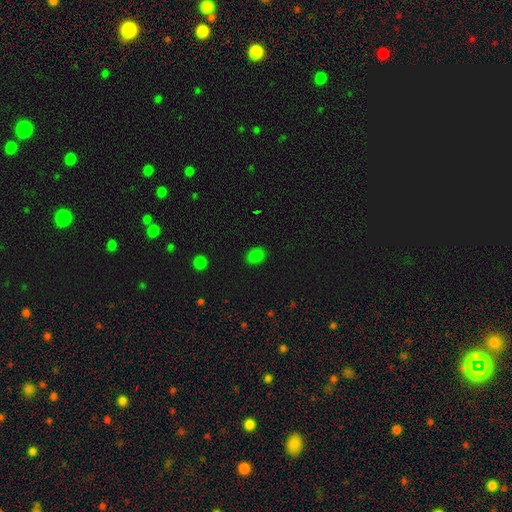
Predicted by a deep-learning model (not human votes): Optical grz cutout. It shows a smooth galaxy with no disk features (80%) that is in between round and cigar-shaped (66%). Merging: none (86%).